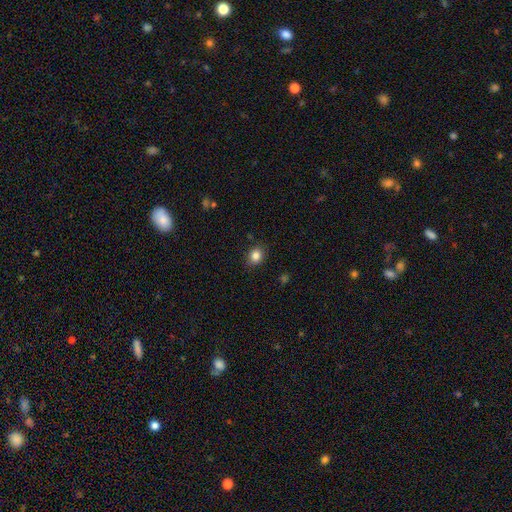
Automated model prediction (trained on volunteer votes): smooth-or-featured: smooth: 85% | star or artifact: 10% | featured or disk: 5%
  how-rounded: round: 66% | in between: 33% | cigar-shaped: 1%
  merging: none: 87% | minor disturbance: 10% | major disturbance: 2% | merger: 1%